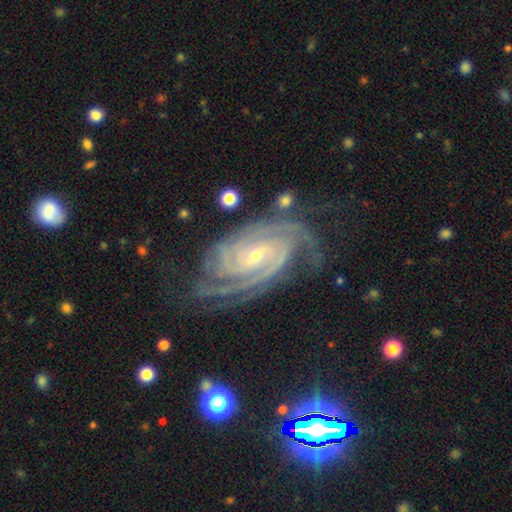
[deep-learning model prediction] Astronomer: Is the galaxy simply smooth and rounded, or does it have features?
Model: featured or disk — 92%.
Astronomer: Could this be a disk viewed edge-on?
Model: no — 97%.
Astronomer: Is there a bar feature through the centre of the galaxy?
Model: no — 39% (runner-up: weak, 38%).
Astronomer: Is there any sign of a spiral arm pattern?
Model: yes — 99%.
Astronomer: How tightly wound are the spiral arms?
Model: tight — 78%.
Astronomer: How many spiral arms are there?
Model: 4 — 27%, tied with 3 at 27%.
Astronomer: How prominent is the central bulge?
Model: small — 76%.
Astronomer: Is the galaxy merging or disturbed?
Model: none — 72%.